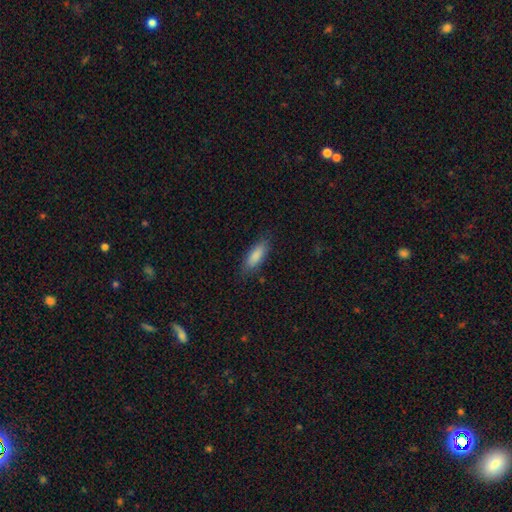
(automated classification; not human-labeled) Morphology: type=smooth (87%); roundness=in between (64%); merging=none (81%).